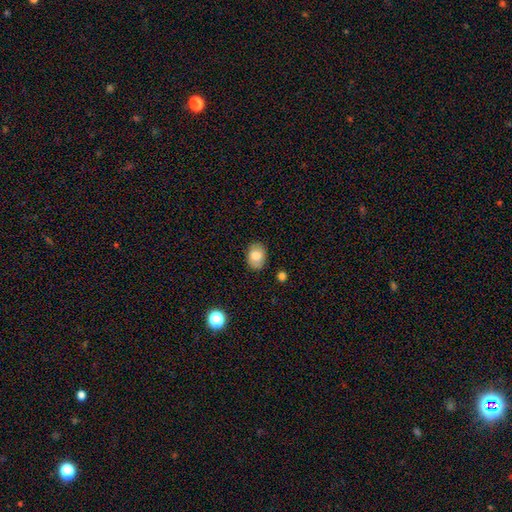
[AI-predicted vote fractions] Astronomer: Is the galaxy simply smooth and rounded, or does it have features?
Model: smooth — 78%.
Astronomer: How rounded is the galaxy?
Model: in between — 72%.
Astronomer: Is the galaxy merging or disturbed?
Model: none — 84%.